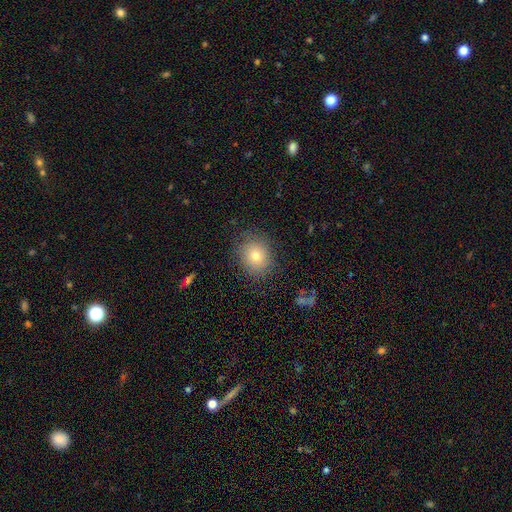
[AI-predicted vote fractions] This appears to be a smooth galaxy with no disk features (71%) that is round (72%). Merging: none (84%).